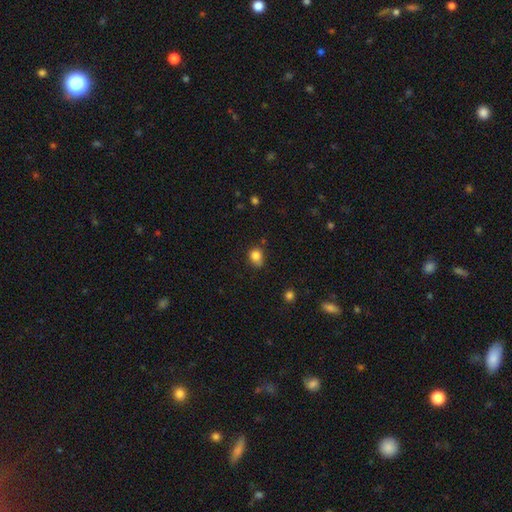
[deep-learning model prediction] The model was most divided on "how rounded": round: 59%, in between: 40%, cigar-shaped: 1%. More confident: smooth or featured — smooth (82%); merging — none (60%).